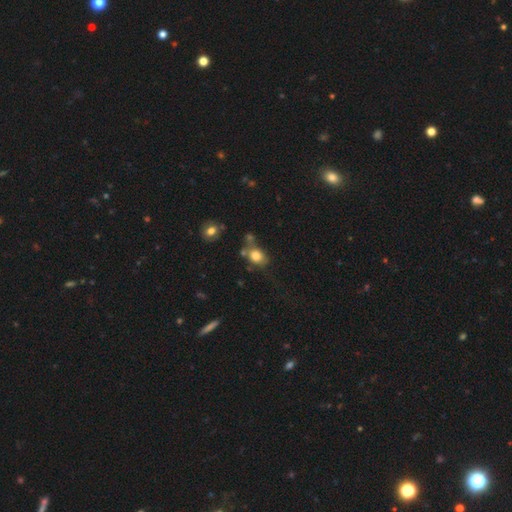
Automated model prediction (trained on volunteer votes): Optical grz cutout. It shows a smooth galaxy with no disk features (79%) that is in between round and cigar-shaped (50%). Merging: none (55%).